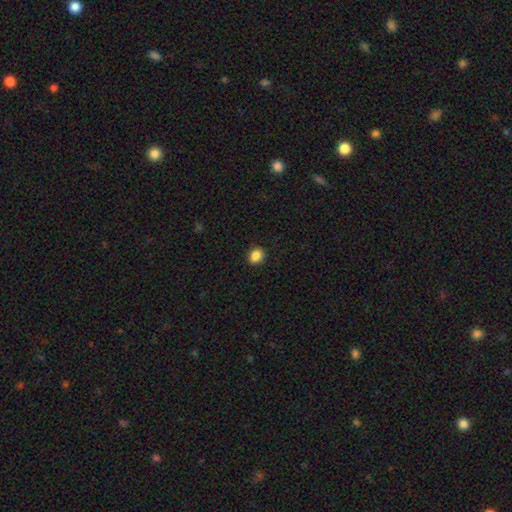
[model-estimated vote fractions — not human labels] Morphology: type=smooth (87%); roundness=round (56%); merging=none (90%).